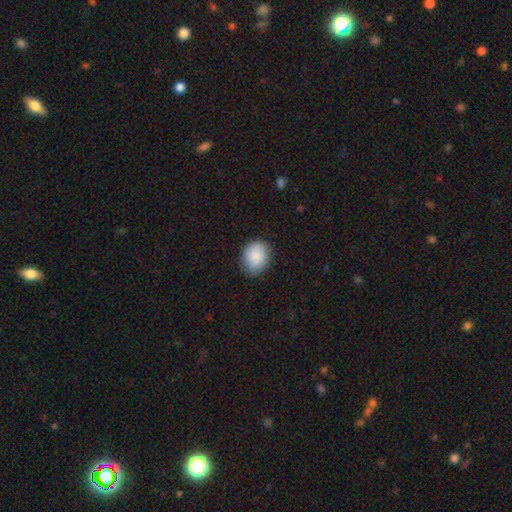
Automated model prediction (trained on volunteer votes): smooth 88%, star or artifact 6%, featured or disk 5%. Down the decision tree: how rounded — round (50%); merging — none (82%).